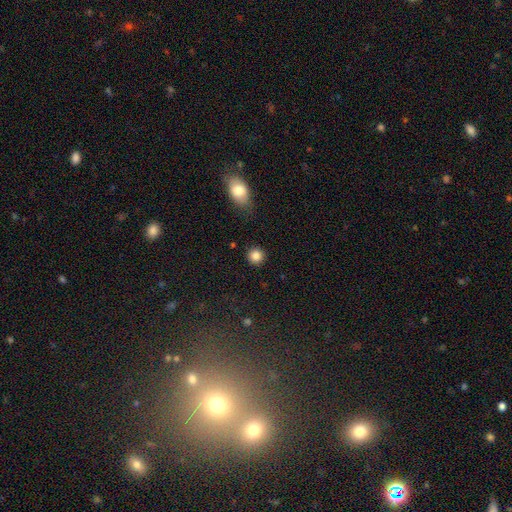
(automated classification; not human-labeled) A smooth galaxy with no disk features (85%) that is round (94%). Merging: none (90%).